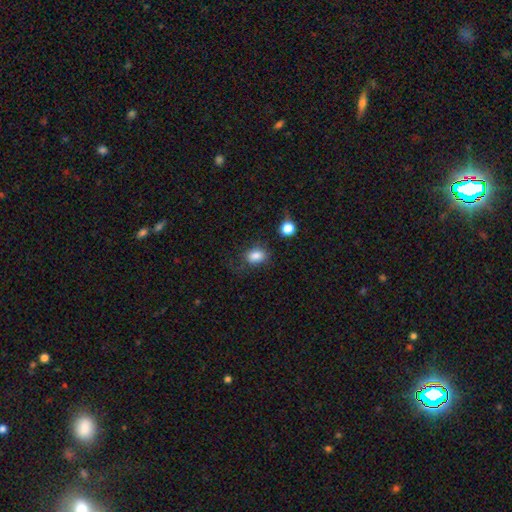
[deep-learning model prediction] Overall: smooth (83%). How rounded: in between (68%; round 31%). Merging: none (63%).